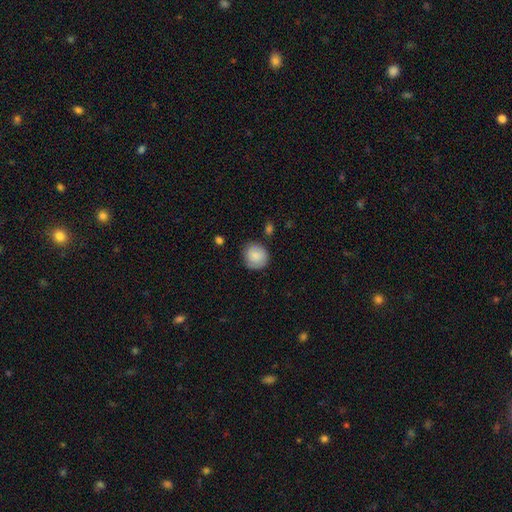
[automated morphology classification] type=smooth (82%); roundness=round (86%); merging=none (76%).